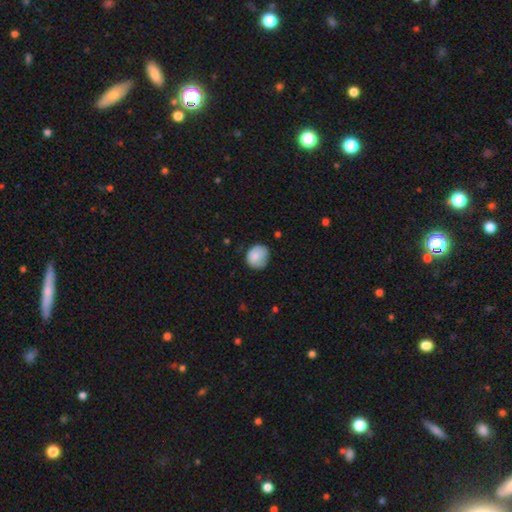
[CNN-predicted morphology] The model was most divided on "merging": none: 62%, minor disturbance: 30%, major disturbance: 7%, merger: 1%. More confident: smooth or featured — smooth (79%); how rounded — round (76%).